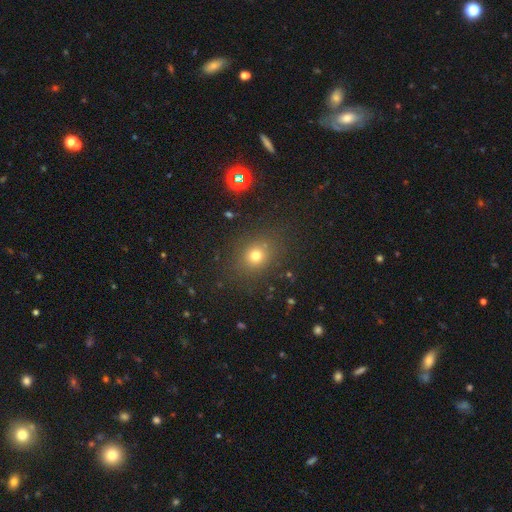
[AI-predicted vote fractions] Overall: smooth (74%). How rounded: round (69%; in between 30%). Merging: none (83%).